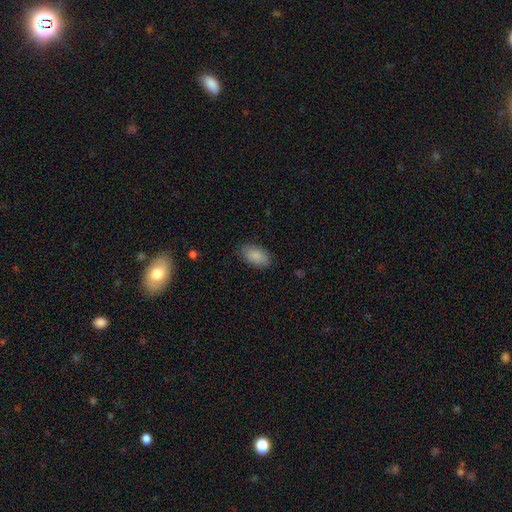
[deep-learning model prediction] This appears to be a smooth galaxy with no disk features (88%) that is in between round and cigar-shaped (93%). Merging: none (83%).